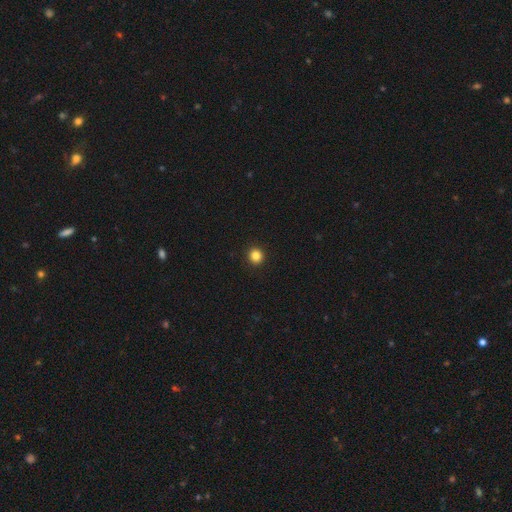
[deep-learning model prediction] Smooth or featured?
  - smooth: 84% *
  - star or artifact: 12%
  - featured or disk: 4%
How rounded?
  - round: 93% *
  - in between: 6%
  - cigar-shaped: 1%
Merging?
  - none: 94% *
  - minor disturbance: 4%
  - major disturbance: 1%
  - merger: 1%